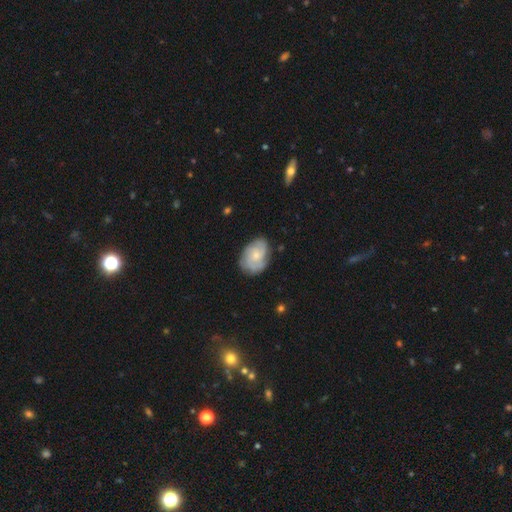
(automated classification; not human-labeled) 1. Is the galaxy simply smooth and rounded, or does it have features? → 67% featured or disk, 27% smooth, 6% star or artifact.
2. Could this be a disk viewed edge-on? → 98% no, 2% yes.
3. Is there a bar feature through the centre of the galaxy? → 75% no, 22% weak, 3% strong.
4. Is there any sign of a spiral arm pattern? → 92% yes, 8% no.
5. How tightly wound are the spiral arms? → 51% tight, 37% medium, 12% loose.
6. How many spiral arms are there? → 29% 3, 28% can't tell, 27% 2, 7% 4, 5% 1, 4% more than 4.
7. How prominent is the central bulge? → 63% small, 30% moderate, 4% none, 2% large, 1% dominant.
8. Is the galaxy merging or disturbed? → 72% none, 20% minor disturbance, 6% major disturbance, 1% merger.